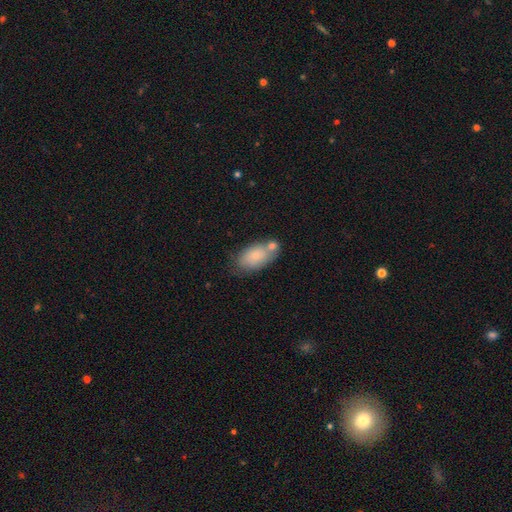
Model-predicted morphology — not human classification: smooth_or_featured: smooth (p=0.75) [alt: featured or disk p=0.18]
how_rounded: in between (p=0.92) [alt: round p=0.05]
merging: none (p=0.50) [alt: merger p=0.26]